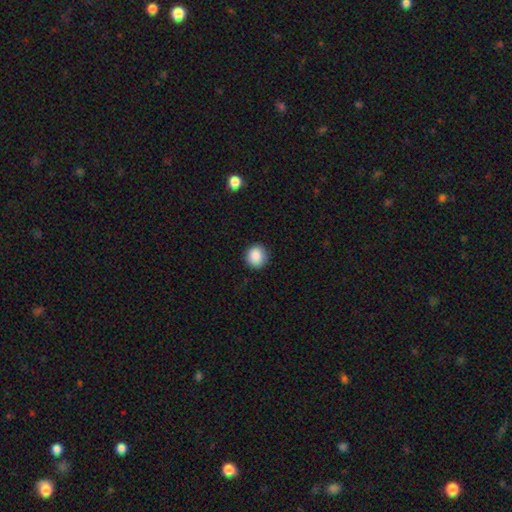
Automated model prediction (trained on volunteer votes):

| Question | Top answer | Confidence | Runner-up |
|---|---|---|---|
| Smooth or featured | smooth | 88% | star or artifact (9%) |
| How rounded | round | 91% | in between (8%) |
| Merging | none | 89% | minor disturbance (8%) |